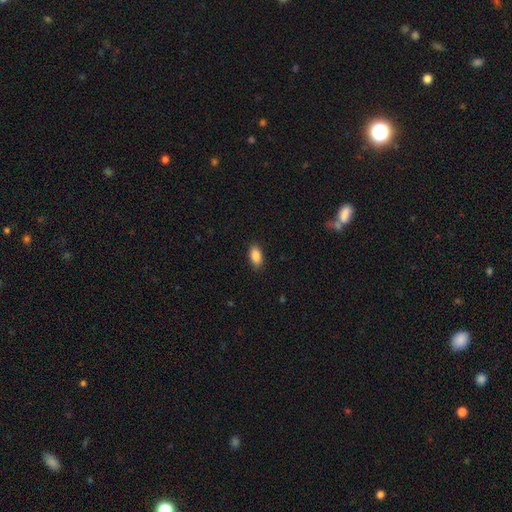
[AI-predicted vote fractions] smooth-or-featured: smooth: 88% | star or artifact: 7% | featured or disk: 5%
  how-rounded: in between: 92% | cigar-shaped: 4% | round: 4%
  merging: none: 89% | minor disturbance: 9% | major disturbance: 2% | merger: 1%